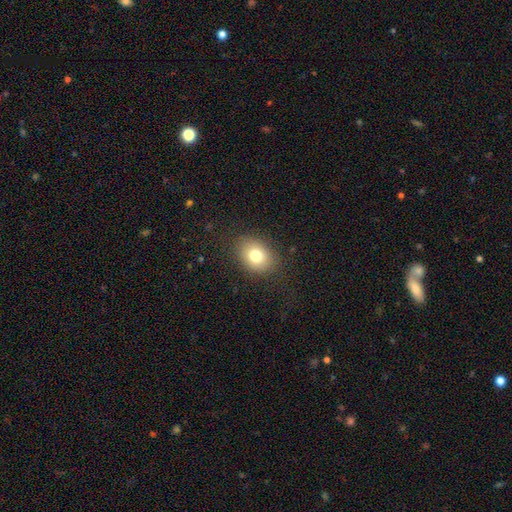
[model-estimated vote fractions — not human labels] Smooth or featured: smooth — 78% (star or artifact — 11%)
How rounded: in between — 60% (round — 39%)
Merging: none — 85% (minor disturbance — 10%)